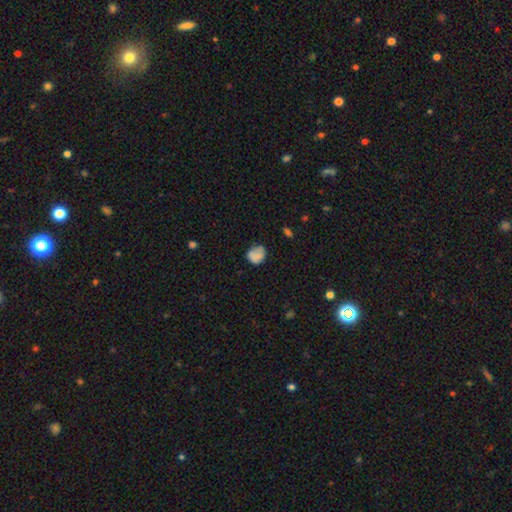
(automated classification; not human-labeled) smooth_or_featured: smooth (p=0.76) [alt: featured or disk p=0.14]
how_rounded: round (p=0.71) [alt: in between p=0.28]
merging: none (p=0.60) [alt: minor disturbance p=0.26]